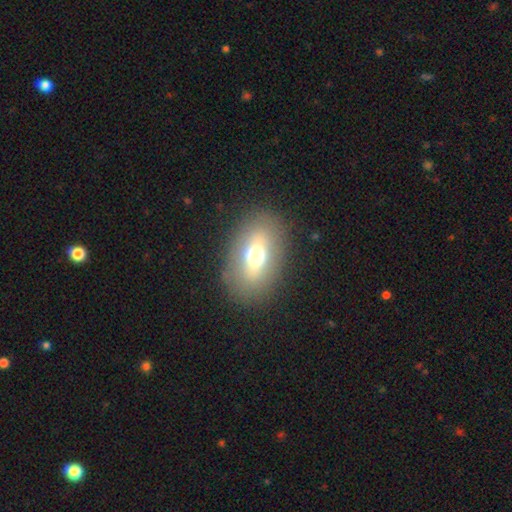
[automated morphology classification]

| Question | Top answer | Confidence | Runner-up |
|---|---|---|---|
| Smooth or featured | smooth | 61% | featured or disk (29%) |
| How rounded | in between | 84% | round (13%) |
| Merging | none | 84% | minor disturbance (10%) |